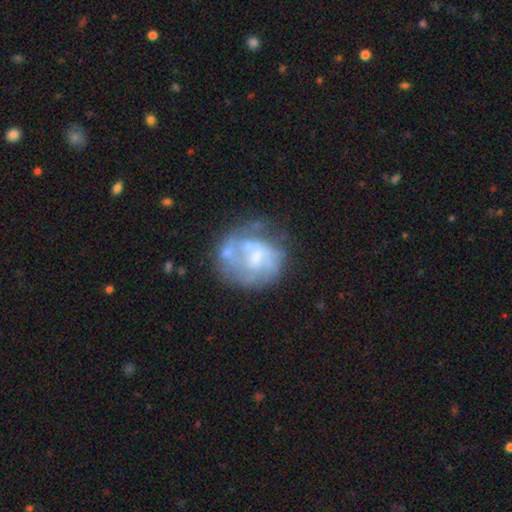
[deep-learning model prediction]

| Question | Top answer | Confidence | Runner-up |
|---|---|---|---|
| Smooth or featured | featured or disk | 63% | smooth (28%) |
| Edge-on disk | no | 98% | yes (2%) |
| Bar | no | 62% | weak (30%) |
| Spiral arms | no | 63% | yes (37%) |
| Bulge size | moderate | 36% | none (28%) |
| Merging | none | 45% | minor disturbance (23%) |